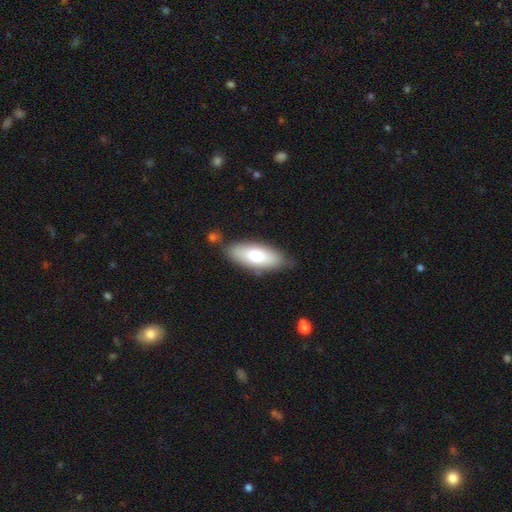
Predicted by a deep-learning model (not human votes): Smooth or featured? Predicted: smooth (p=0.71). How rounded? Predicted: in between (p=0.80). Merging? Predicted: none (p=0.76).